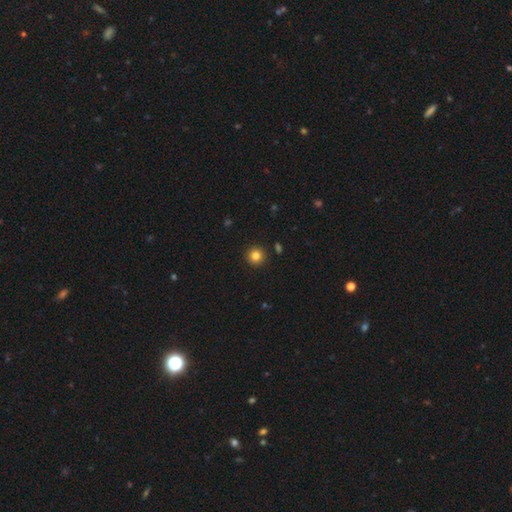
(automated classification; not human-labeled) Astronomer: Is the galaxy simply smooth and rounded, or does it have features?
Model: smooth — 83%.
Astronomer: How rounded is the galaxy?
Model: round — 95%.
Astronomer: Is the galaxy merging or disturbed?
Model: none — 92%.